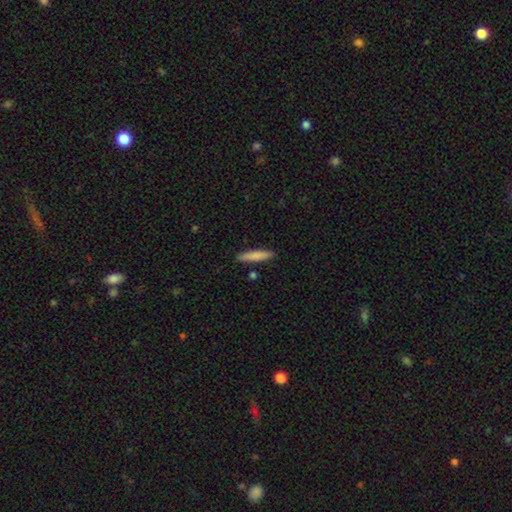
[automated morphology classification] The model was most divided on "smooth or featured": smooth: 81%, featured or disk: 14%, star or artifact: 6%. More confident: how rounded — cigar-shaped (90%); merging — none (88%).